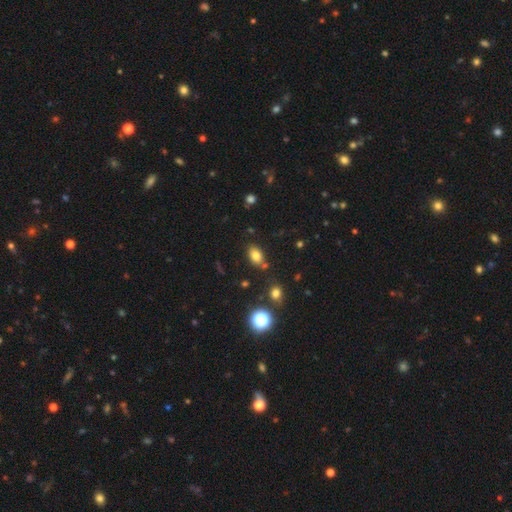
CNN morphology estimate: smooth 78%, star or artifact 13%, featured or disk 9%. Down the decision tree: how rounded — in between (82%); merging — none (76%).